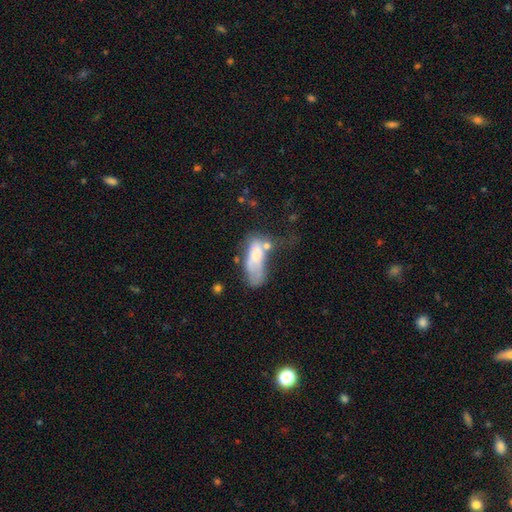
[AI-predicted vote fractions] A smooth galaxy with no disk features (59%) that is in between round and cigar-shaped (80%). Merging: major disturbance (37%).